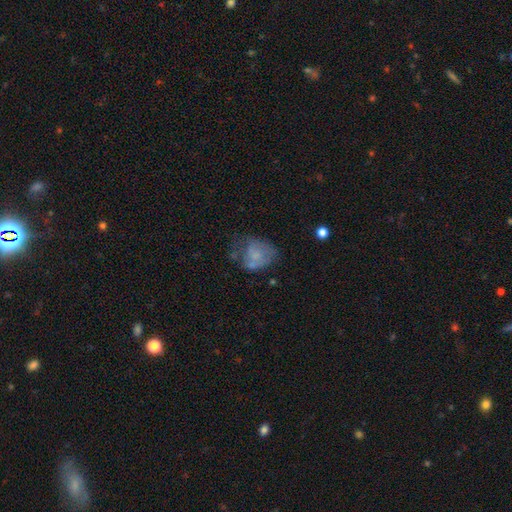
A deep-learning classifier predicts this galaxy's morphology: Smooth or featured? smooth (53%)
How rounded? round (50%)
Merging? none (35%)